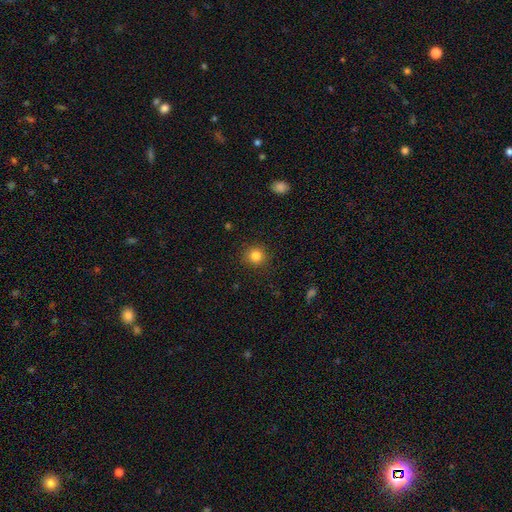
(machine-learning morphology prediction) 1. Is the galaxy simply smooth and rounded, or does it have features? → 84% smooth, 12% star or artifact, 5% featured or disk.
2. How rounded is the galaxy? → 92% round, 7% in between, 1% cigar-shaped.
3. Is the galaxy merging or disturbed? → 89% none, 7% minor disturbance, 3% major disturbance, 1% merger.